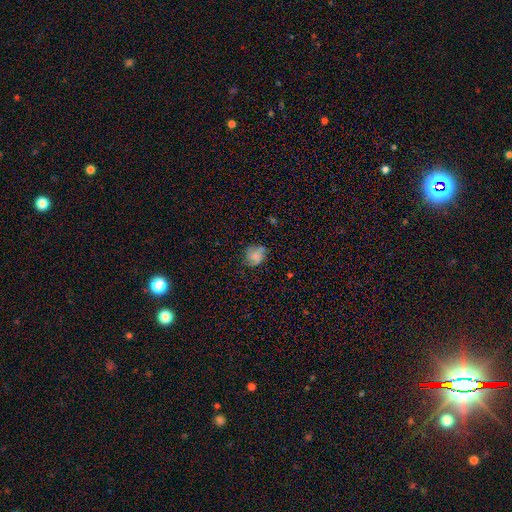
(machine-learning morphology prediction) Smooth or featured: smooth — 67% (featured or disk — 21%)
How rounded: round — 66% (in between — 33%)
Merging: none — 60% (minor disturbance — 27%)